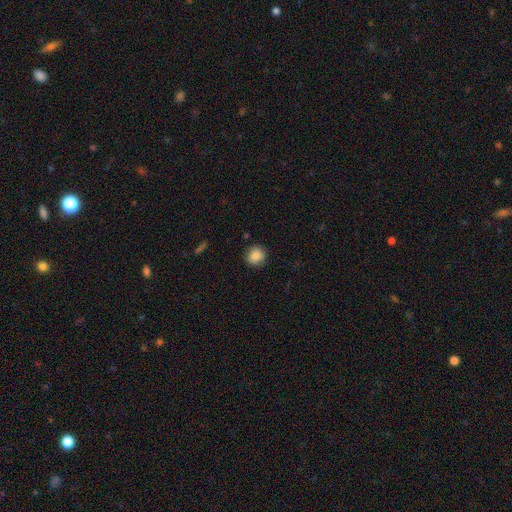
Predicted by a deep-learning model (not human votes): This is clearly a smooth galaxy (87%). How rounded: clearly round (86%). Merging: clearly none (86%).